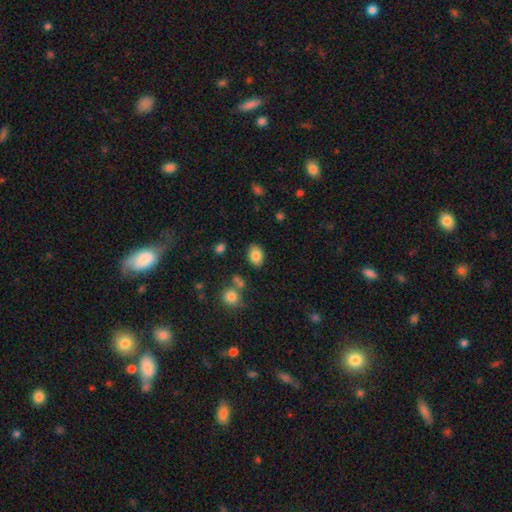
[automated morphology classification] smooth-or-featured: smooth: 83% | star or artifact: 9% | featured or disk: 7%
  how-rounded: in between: 79% | round: 20% | cigar-shaped: 1%
  merging: none: 82% | minor disturbance: 11% | merger: 4% | major disturbance: 3%